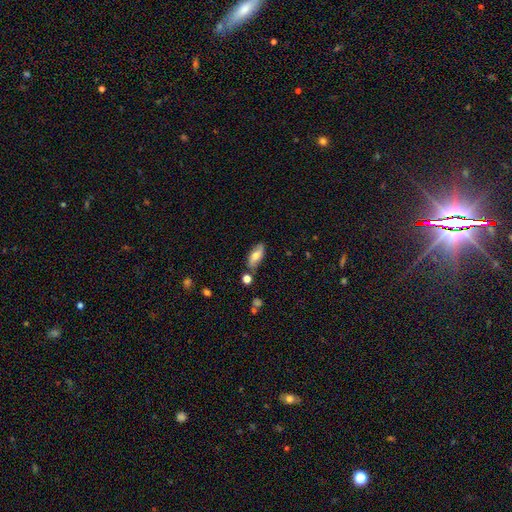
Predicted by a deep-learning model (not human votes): Smooth or featured? Predicted: smooth (p=0.54). How rounded? Predicted: in between (p=0.79). Merging? Predicted: none (p=0.74).